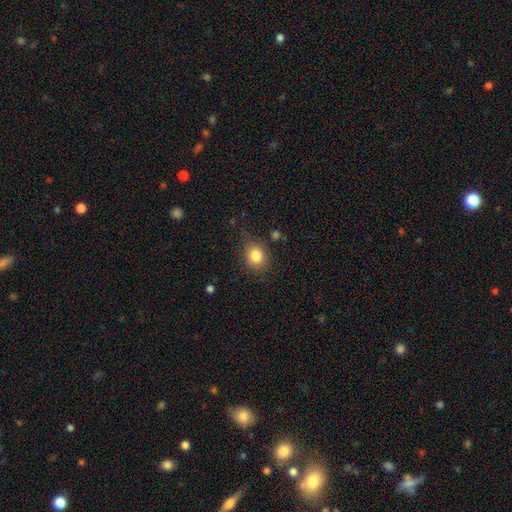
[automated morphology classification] A smooth galaxy with no disk features (83%) that is round (62%).

Vote fractions:
- Smooth or featured? smooth: 83% / star or artifact: 10% / featured or disk: 7%
- How rounded? round: 62% / in between: 37% / cigar-shaped: 1%
- Merging? none: 79% / minor disturbance: 15% / major disturbance: 4% / merger: 2%